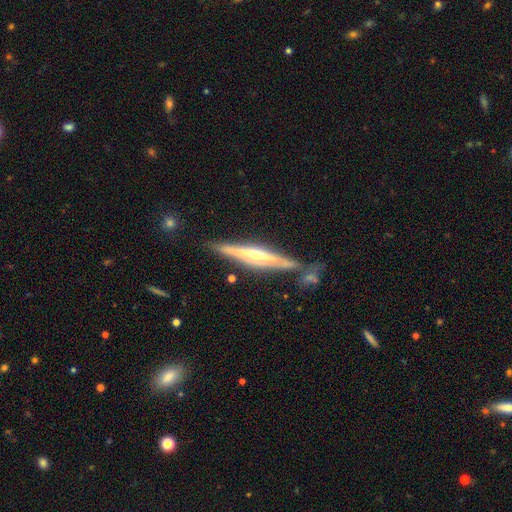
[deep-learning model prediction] smooth_or_featured: featured or disk (p=0.76) [alt: smooth p=0.18]
disk_edge_on: yes (p=0.95) [alt: no p=0.05]
edge_on_bulge: rounded (p=0.72) [alt: none p=0.17]
merging: none (p=0.75) [alt: minor disturbance p=0.14]